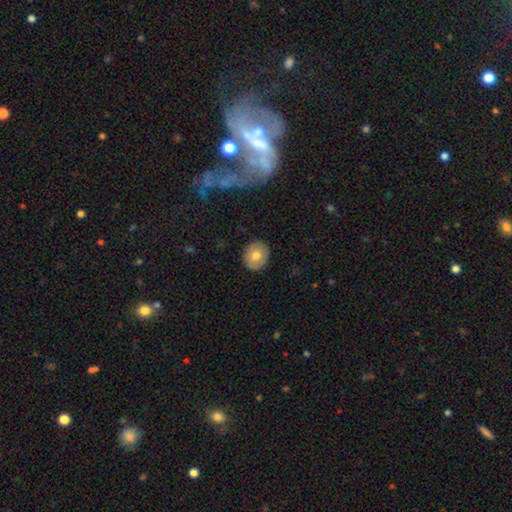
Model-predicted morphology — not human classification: Smooth or featured? smooth (72%)
How rounded? round (77%)
Merging? none (90%)